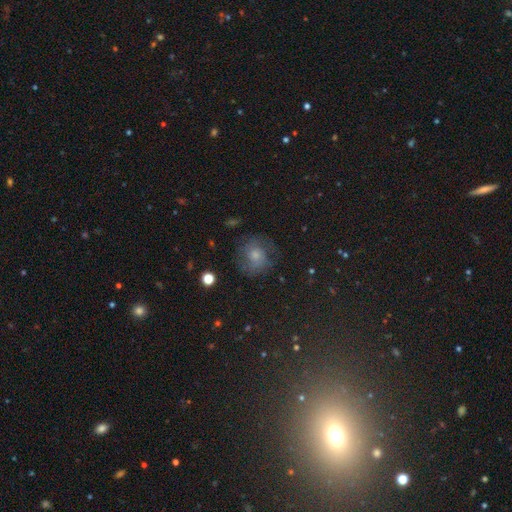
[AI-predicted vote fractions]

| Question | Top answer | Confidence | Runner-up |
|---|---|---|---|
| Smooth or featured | smooth | 50% | featured or disk (34%) |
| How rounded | round | 82% | in between (17%) |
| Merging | none | 65% | minor disturbance (19%) |